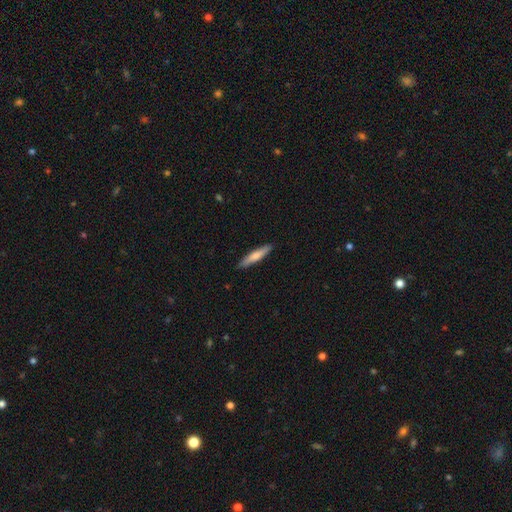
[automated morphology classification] The model was most divided on "smooth or featured": smooth: 68%, featured or disk: 27%, star or artifact: 5%. More confident: how rounded — cigar-shaped (89%); merging — none (89%).